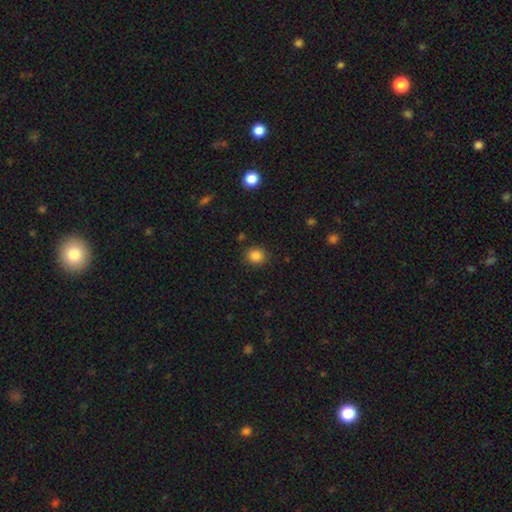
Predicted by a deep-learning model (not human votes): A smooth galaxy with no disk features (85%) that is round (81%).

Vote fractions:
- Smooth or featured? smooth: 85% / star or artifact: 11% / featured or disk: 4%
- How rounded? round: 81% / in between: 18% / cigar-shaped: 1%
- Merging? none: 86% / minor disturbance: 9% / major disturbance: 3% / merger: 2%